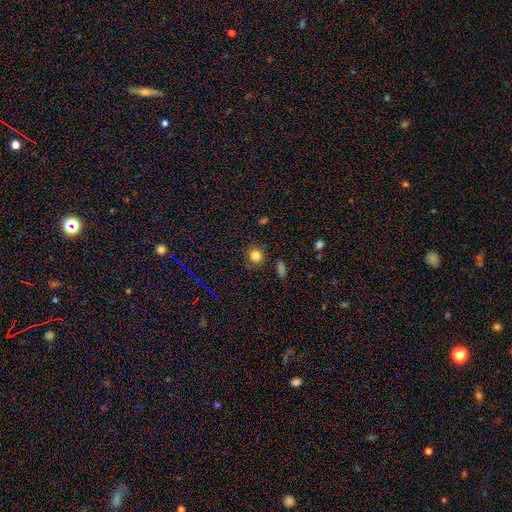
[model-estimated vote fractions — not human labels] Overall: smooth (79%). How rounded: round (87%). Merging: none (82%).